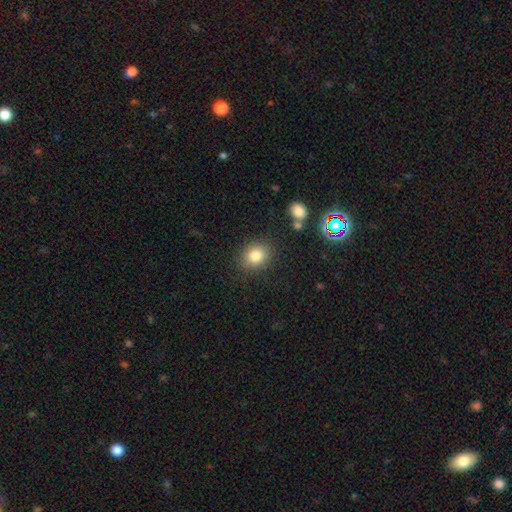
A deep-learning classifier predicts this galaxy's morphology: A smooth galaxy with no disk features (82%) that is round (67%).

Vote fractions:
- Smooth or featured? smooth: 82% / star or artifact: 11% / featured or disk: 7%
- How rounded? round: 67% / in between: 32% / cigar-shaped: 1%
- Merging? none: 85% / minor disturbance: 10% / major disturbance: 3% / merger: 3%